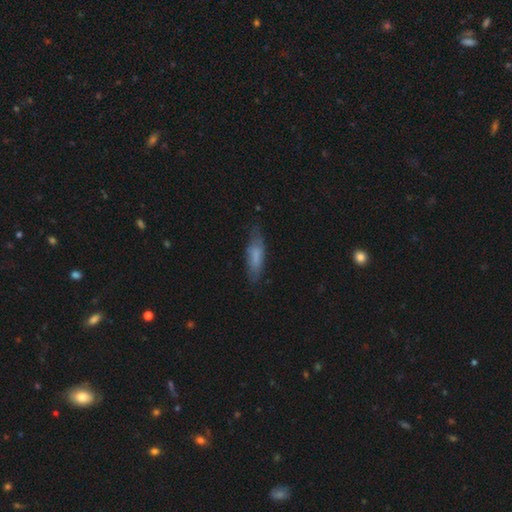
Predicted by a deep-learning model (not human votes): Smooth or featured?
  - smooth: 70% *
  - featured or disk: 23%
  - star or artifact: 7%
How rounded?
  - cigar-shaped: 57% *
  - in between: 42%
  - round: 2%
Merging?
  - none: 68% *
  - minor disturbance: 23%
  - major disturbance: 7%
  - merger: 2%